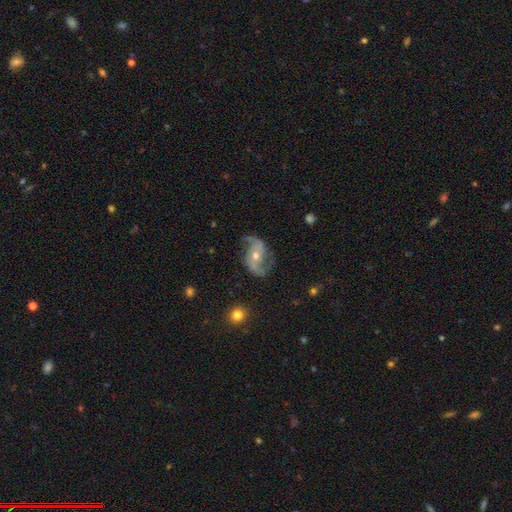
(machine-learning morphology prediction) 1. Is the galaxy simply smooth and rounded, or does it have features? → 88% featured or disk, 6% star or artifact, 6% smooth.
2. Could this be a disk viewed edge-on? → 97% no, 3% yes.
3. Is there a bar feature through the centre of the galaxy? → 56% no, 30% weak, 14% strong.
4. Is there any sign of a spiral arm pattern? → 97% yes, 3% no.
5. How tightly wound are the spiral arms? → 48% loose, 40% medium, 12% tight.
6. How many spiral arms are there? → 91% 2, 3% can't tell, 2% 3, 2% 1, 1% 4, 1% more than 4.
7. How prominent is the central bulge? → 55% moderate, 41% small, 2% large, 1% none, 1% dominant.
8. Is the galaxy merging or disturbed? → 72% none, 17% minor disturbance, 9% major disturbance, 2% merger.